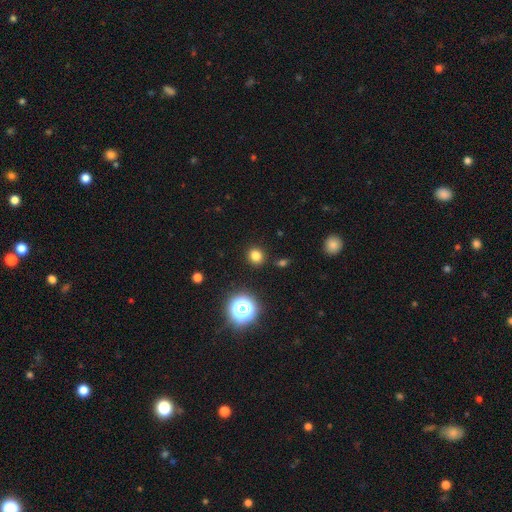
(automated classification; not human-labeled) Q: Smooth or featured?
A: smooth (79%); runner-up: star or artifact (17%)
Q: How rounded?
A: round (89%); runner-up: in between (10%)
Q: Merging?
A: none (90%); runner-up: minor disturbance (6%)